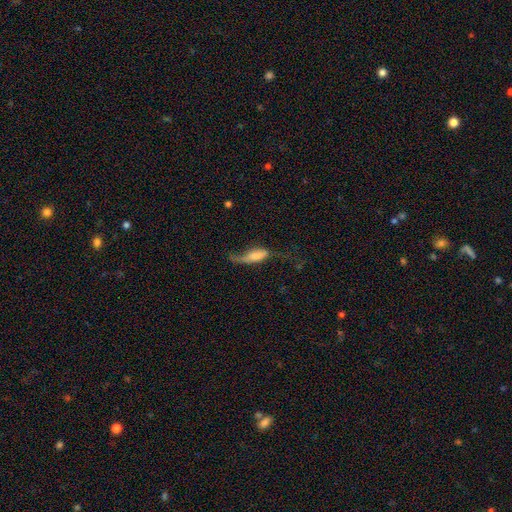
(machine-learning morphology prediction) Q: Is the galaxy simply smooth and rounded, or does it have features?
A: smooth — 55%.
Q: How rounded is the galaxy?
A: in between — 60%.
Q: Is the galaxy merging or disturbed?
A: major disturbance — 46%.